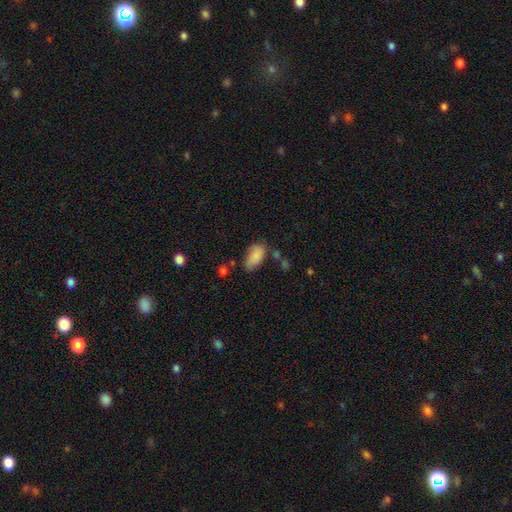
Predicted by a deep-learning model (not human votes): Smooth or featured?
  - smooth: 84% *
  - star or artifact: 8%
  - featured or disk: 8%
How rounded?
  - in between: 92% *
  - cigar-shaped: 4%
  - round: 4%
Merging?
  - none: 55% *
  - minor disturbance: 30%
  - major disturbance: 9%
  - merger: 6%